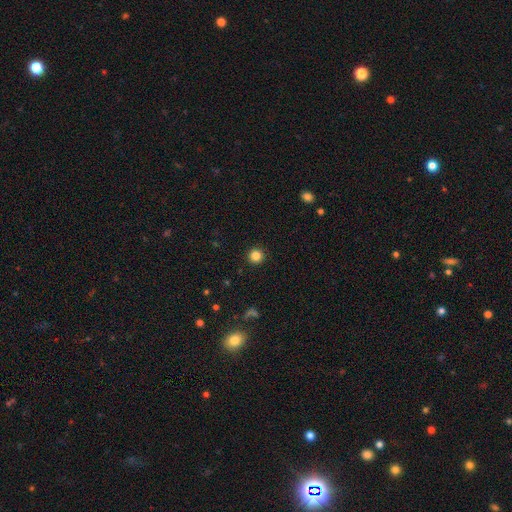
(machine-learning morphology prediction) type=smooth (84%); roundness=round (96%); merging=none (93%).